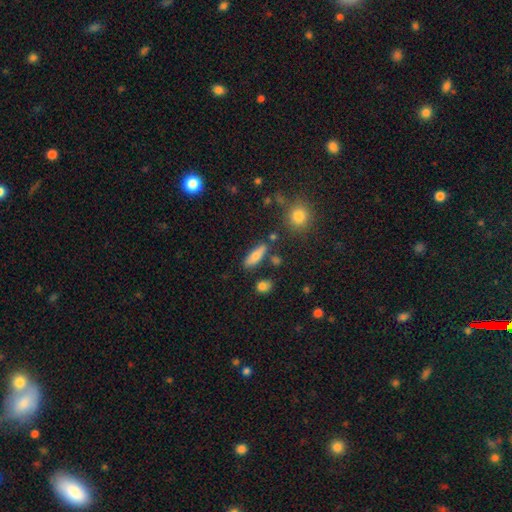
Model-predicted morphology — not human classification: Smooth or featured? Predicted: smooth (p=0.74). How rounded? Predicted: in between (p=0.51). Merging? Predicted: none (p=0.74).